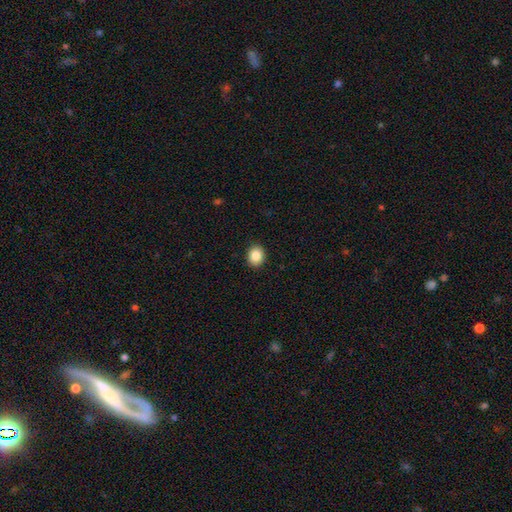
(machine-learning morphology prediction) Q: Smooth or featured?
A: smooth (86%); runner-up: star or artifact (9%)
Q: How rounded?
A: round (62%); runner-up: in between (37%)
Q: Merging?
A: none (91%); runner-up: minor disturbance (6%)